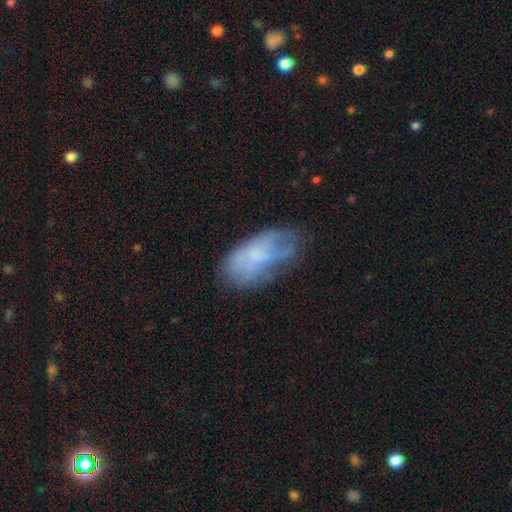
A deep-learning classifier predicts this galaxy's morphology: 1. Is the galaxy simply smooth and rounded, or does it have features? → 48% smooth, 42% featured or disk, 10% star or artifact.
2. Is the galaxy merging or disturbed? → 49% none, 29% minor disturbance, 19% major disturbance, 4% merger.